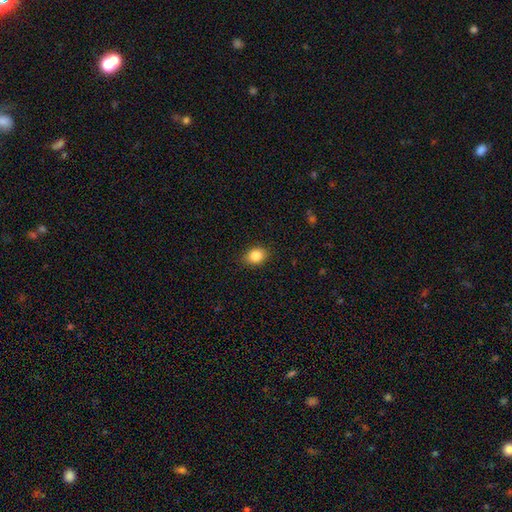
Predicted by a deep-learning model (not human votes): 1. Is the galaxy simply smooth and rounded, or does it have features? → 86% smooth, 9% star or artifact, 5% featured or disk.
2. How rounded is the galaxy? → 59% in between, 40% round, 1% cigar-shaped.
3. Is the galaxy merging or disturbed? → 86% none, 11% minor disturbance, 2% major disturbance, 1% merger.